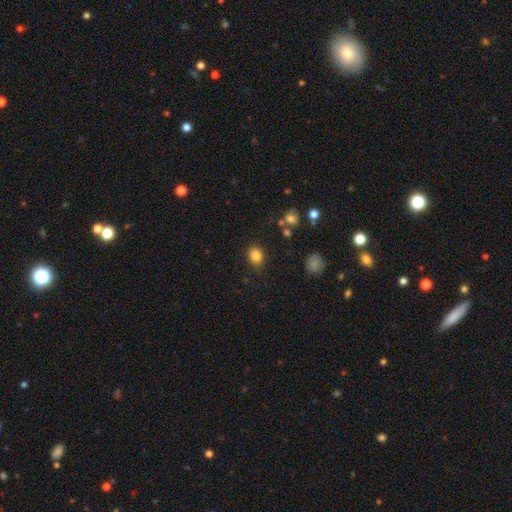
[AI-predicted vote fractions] Smooth or featured?
  - smooth: 84% *
  - star or artifact: 11%
  - featured or disk: 6%
How rounded?
  - in between: 50% *
  - round: 48%
  - cigar-shaped: 1%
Merging?
  - none: 82% *
  - minor disturbance: 13%
  - major disturbance: 3%
  - merger: 2%